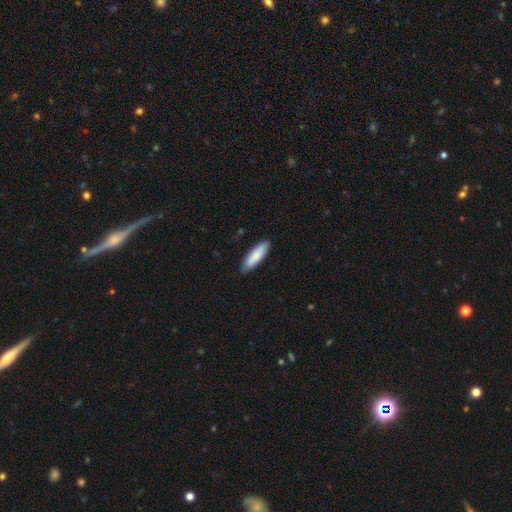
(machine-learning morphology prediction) Smooth or featured: smooth — 85% (featured or disk — 10%)
How rounded: cigar-shaped — 55% (in between — 44%)
Merging: none — 85% (minor disturbance — 12%)